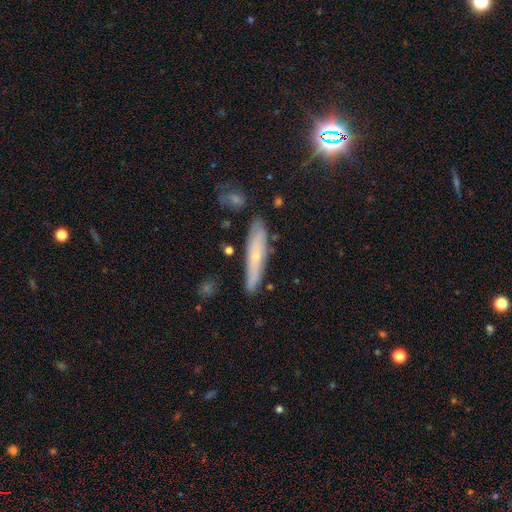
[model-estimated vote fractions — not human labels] Smooth or featured?
  - featured or disk: 46% *
  - smooth: 45%
  - star or artifact: 9%
Merging?
  - none: 79% *
  - minor disturbance: 15%
  - merger: 3%
  - major disturbance: 3%